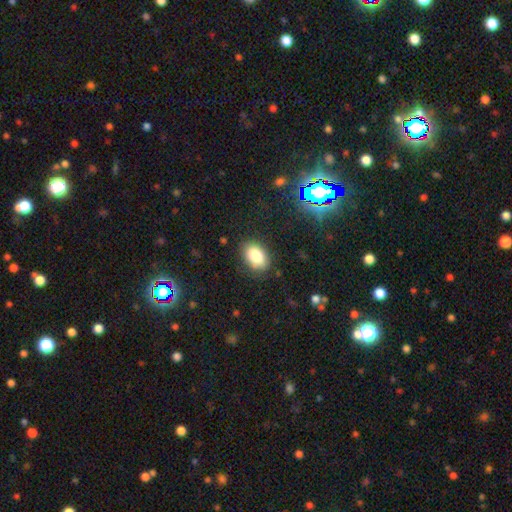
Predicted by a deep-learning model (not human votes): smooth 83%, star or artifact 9%, featured or disk 8%. Down the decision tree: how rounded — in between (86%); merging — none (81%).